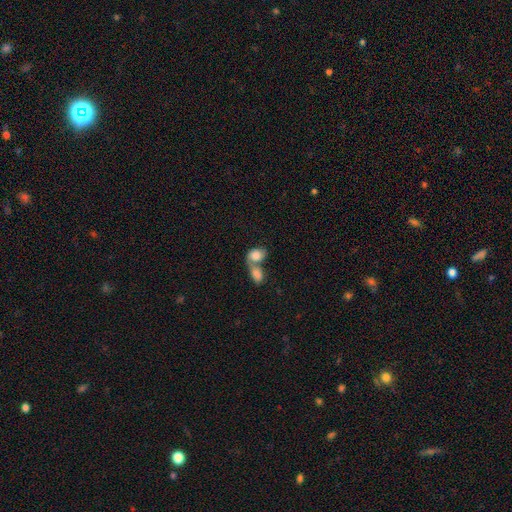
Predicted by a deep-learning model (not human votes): Smooth or featured? Predicted: smooth (p=0.75). How rounded? Predicted: in between (p=0.65). Merging? Predicted: merger (p=0.78).